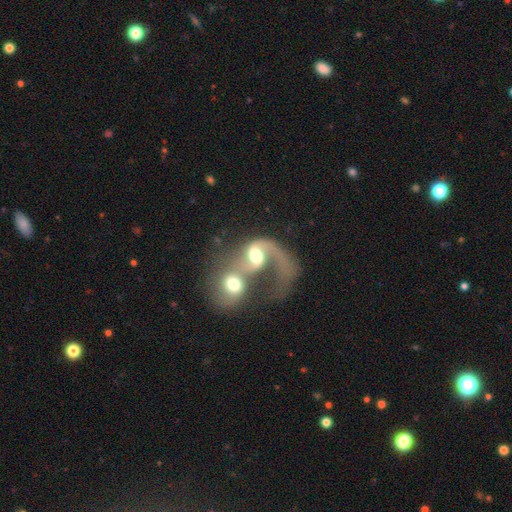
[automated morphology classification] Overall: featured or disk (71%). Edge-on disk: no (96%). Bar: no (44%; weak 39%). Spiral arms: yes (89%). Spiral arm count: 1 (50%; 2 42%). Spiral winding: loose (71%). Bulge size: moderate (58%; large 26%). Merging: merger (77%).